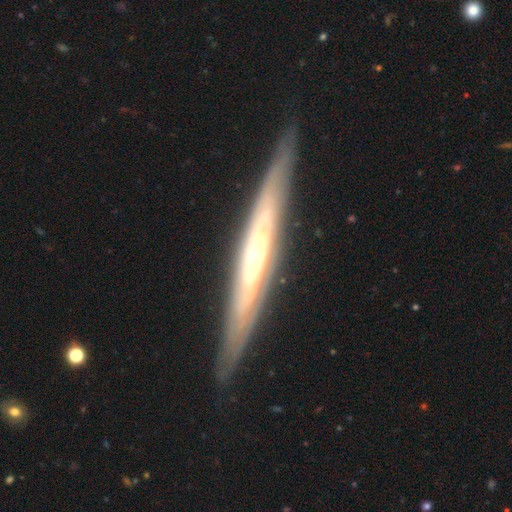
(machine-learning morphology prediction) smooth-or-featured: featured or disk: 79% | smooth: 15% | star or artifact: 6%
  disk-edge-on: yes: 79% | no: 21%
    edge-on-bulge: rounded: 64% | none: 31% | boxy: 4%
  merging: none: 86% | minor disturbance: 10% | major disturbance: 2% | merger: 1%